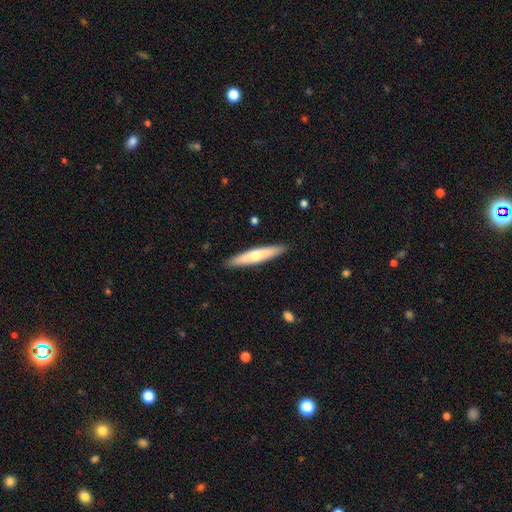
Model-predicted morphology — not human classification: smooth_or_featured: smooth (p=0.51) [alt: featured or disk p=0.44]
how_rounded: cigar-shaped (p=0.88) [alt: in between p=0.10]
merging: none (p=0.90) [alt: minor disturbance p=0.07]